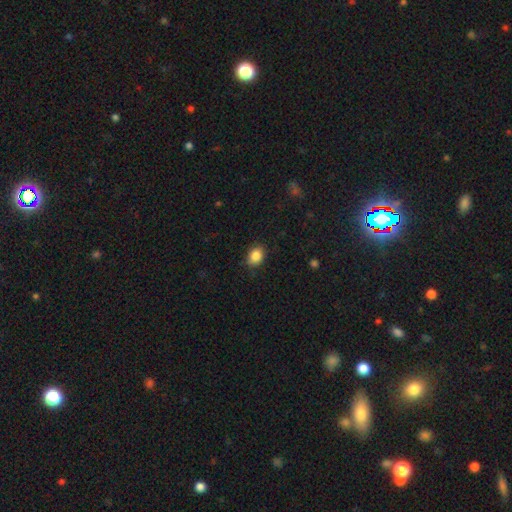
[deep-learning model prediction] smooth-or-featured: smooth: 86% | star or artifact: 9% | featured or disk: 5%
  how-rounded: in between: 56% | round: 43% | cigar-shaped: 1%
  merging: none: 79% | minor disturbance: 17% | major disturbance: 3% | merger: 1%